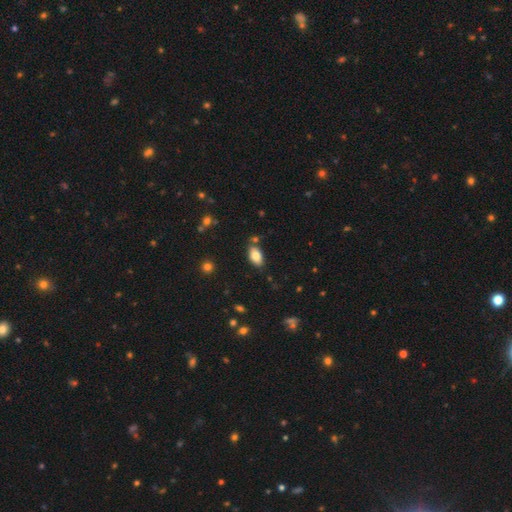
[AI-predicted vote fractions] smooth-or-featured: smooth: 82% | featured or disk: 11% | star or artifact: 8%
  how-rounded: in between: 93% | round: 4% | cigar-shaped: 2%
  merging: none: 77% | minor disturbance: 14% | merger: 6% | major disturbance: 3%